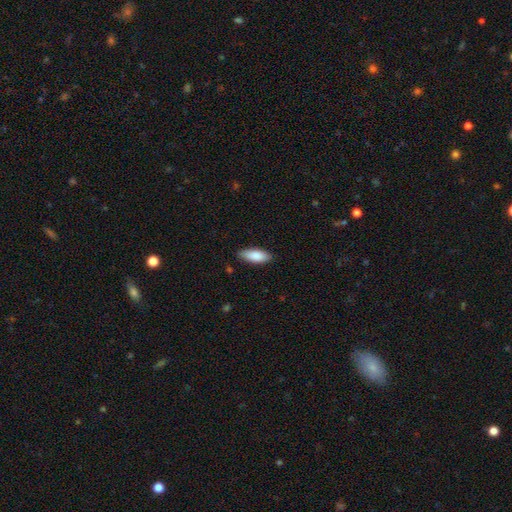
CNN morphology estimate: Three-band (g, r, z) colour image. It shows a smooth galaxy with no disk features (87%) that is in between round and cigar-shaped (77%). Merging: none (85%).